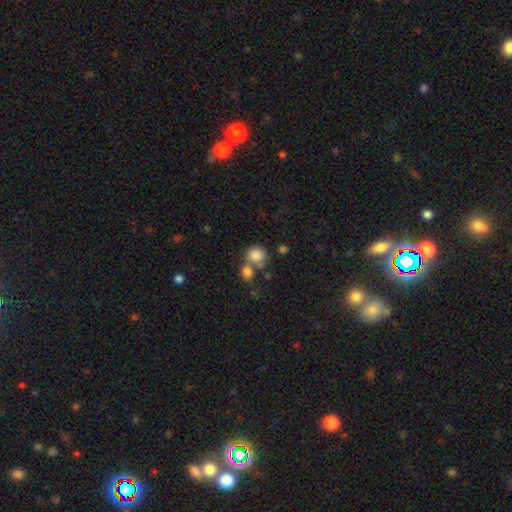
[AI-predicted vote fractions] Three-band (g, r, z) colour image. It shows a smooth galaxy with no disk features (83%) that is round (75%). Merging: none (43%).